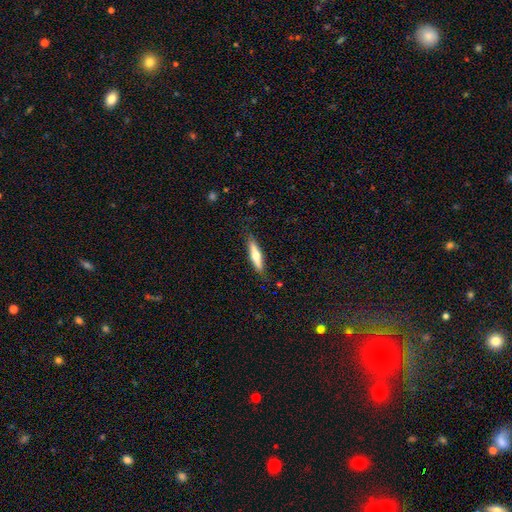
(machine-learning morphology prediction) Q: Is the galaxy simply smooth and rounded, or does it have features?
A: smooth — 55%.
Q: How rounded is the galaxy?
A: cigar-shaped — 81%.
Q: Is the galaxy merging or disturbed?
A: none — 83%.